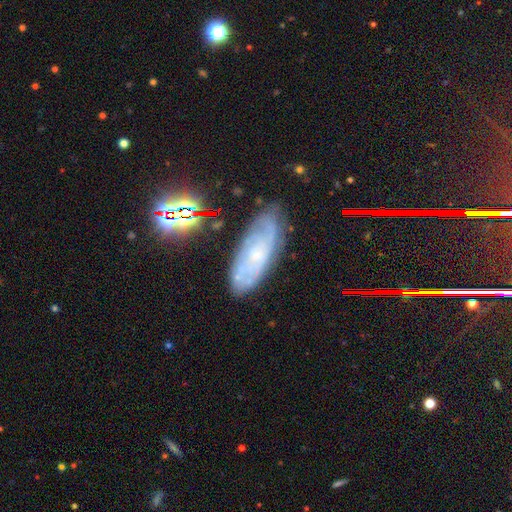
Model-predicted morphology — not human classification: smooth_or_featured: featured or disk (p=0.66) [alt: smooth p=0.23]
disk_edge_on: no (p=0.85) [alt: yes p=0.15]
bar: no (p=0.75) [alt: weak p=0.21]
has_spiral_arms: yes (p=0.85) [alt: no p=0.15]
bulge_size: small (p=0.76) [alt: moderate p=0.15]
merging: none (p=0.77) [alt: minor disturbance p=0.17]